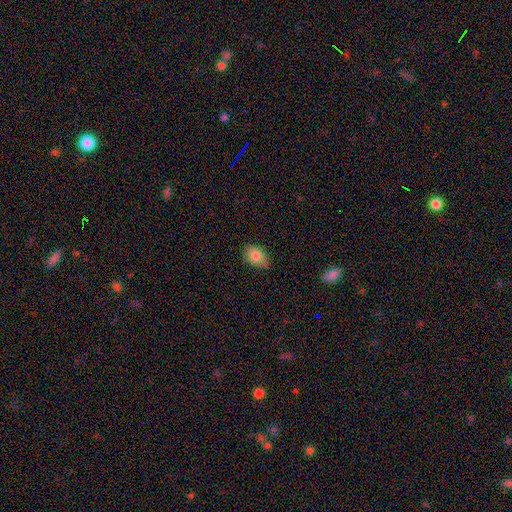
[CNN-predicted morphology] smooth-or-featured: smooth: 82% | featured or disk: 10% | star or artifact: 8%
  how-rounded: in between: 86% | round: 13% | cigar-shaped: 1%
  merging: none: 77% | minor disturbance: 19% | major disturbance: 3% | merger: 1%